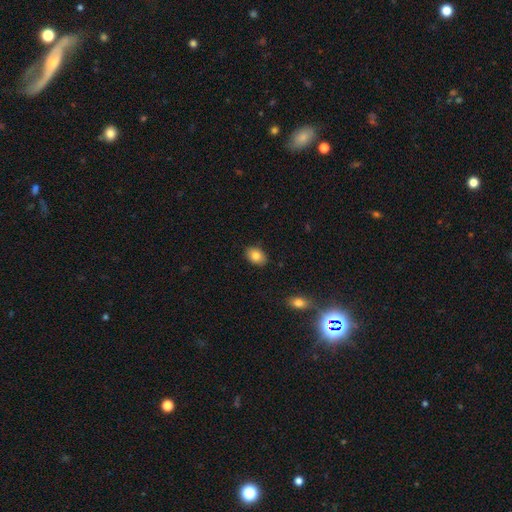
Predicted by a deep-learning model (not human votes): smooth_or_featured: smooth (p=0.83) [alt: featured or disk p=0.09]
how_rounded: in between (p=0.81) [alt: round p=0.18]
merging: none (p=0.87) [alt: minor disturbance p=0.10]